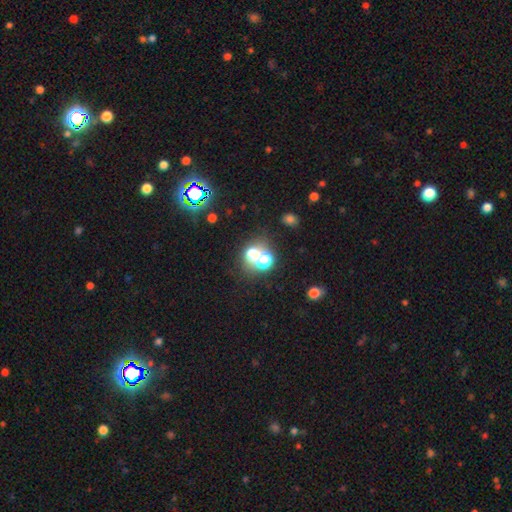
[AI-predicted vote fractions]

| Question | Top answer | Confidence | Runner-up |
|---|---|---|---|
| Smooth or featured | smooth | 54% | star or artifact (28%) |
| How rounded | round | 72% | in between (27%) |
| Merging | merger | 46% | none (40%) |